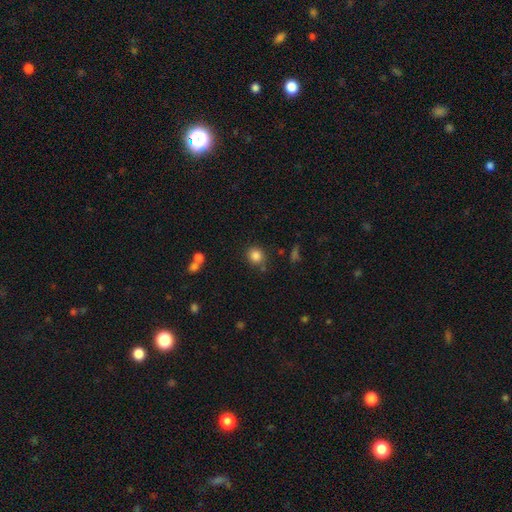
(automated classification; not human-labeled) Overall: smooth (84%). How rounded: round (84%). Merging: none (79%).